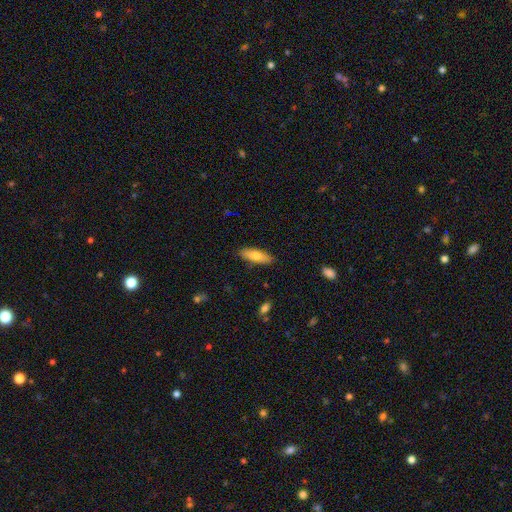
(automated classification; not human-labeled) Smooth or featured? Predicted: smooth (p=0.73). How rounded? Predicted: in between (p=0.58). Merging? Predicted: none (p=0.86).